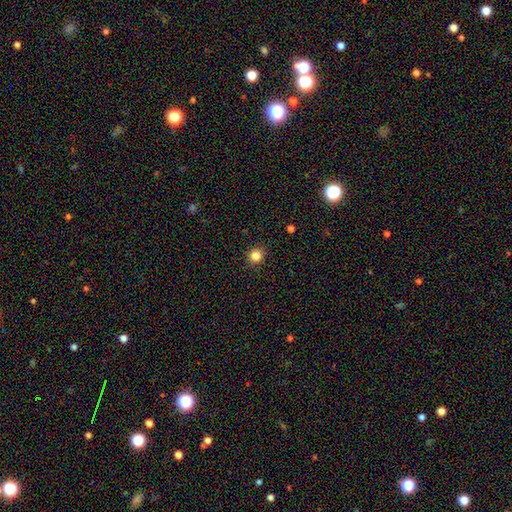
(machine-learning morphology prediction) smooth-or-featured: smooth: 83% | star or artifact: 13% | featured or disk: 5%
  how-rounded: round: 89% | in between: 10% | cigar-shaped: 1%
  merging: none: 91% | minor disturbance: 6% | major disturbance: 2% | merger: 1%